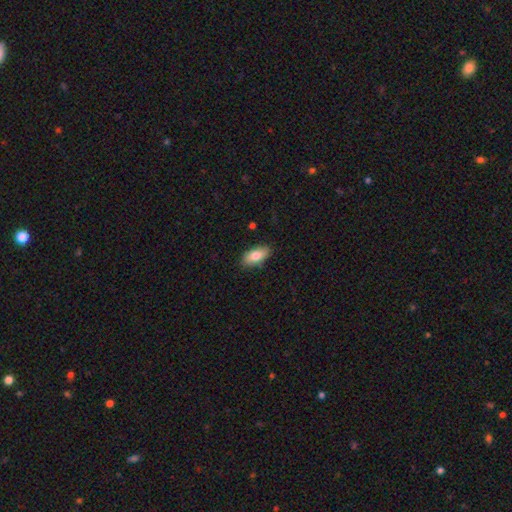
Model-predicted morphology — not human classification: Smooth or featured? Predicted: smooth (p=0.80). How rounded? Predicted: in between (p=0.88). Merging? Predicted: none (p=0.86).